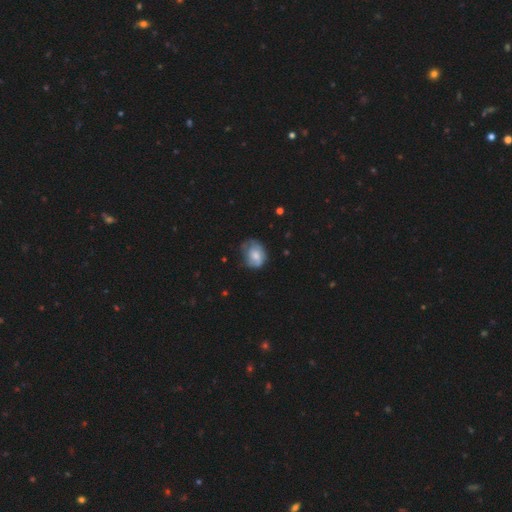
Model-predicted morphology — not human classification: This is likely a smooth galaxy (63%). How rounded: possibly in between (54%). Merging: marginally none (42%).